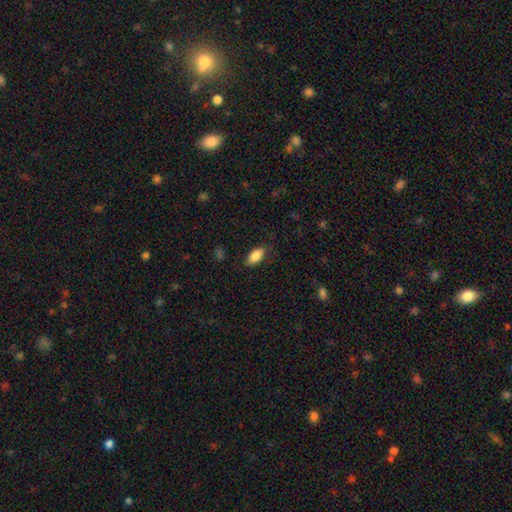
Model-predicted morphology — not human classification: A smooth galaxy with no disk features (84%) that is in between round and cigar-shaped (87%).

Vote fractions:
- Smooth or featured? smooth: 84% / featured or disk: 9% / star or artifact: 7%
- How rounded? in between: 87% / cigar-shaped: 10% / round: 3%
- Merging? none: 80% / minor disturbance: 16% / major disturbance: 4% / merger: 1%